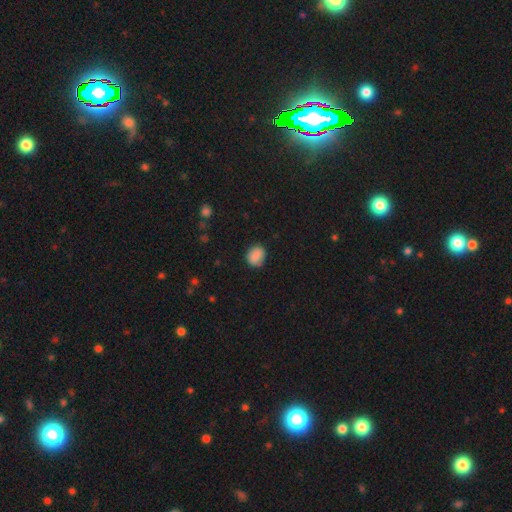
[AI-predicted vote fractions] Smooth or featured: smooth — 87% (star or artifact — 9%)
How rounded: round — 58% (in between — 41%)
Merging: none — 78% (minor disturbance — 17%)